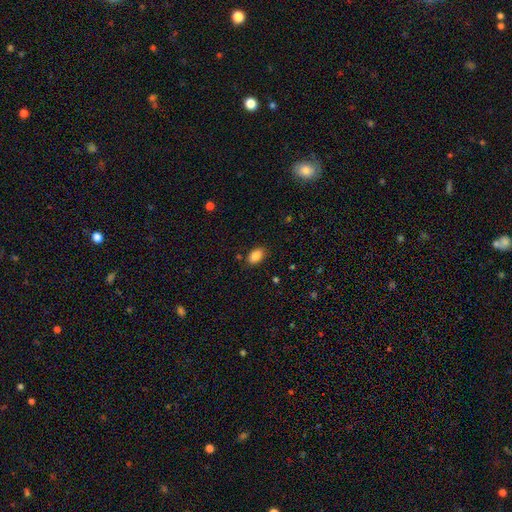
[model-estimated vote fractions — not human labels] smooth 88%, star or artifact 8%, featured or disk 4%. Down the decision tree: how rounded — in between (90%); merging — none (85%).